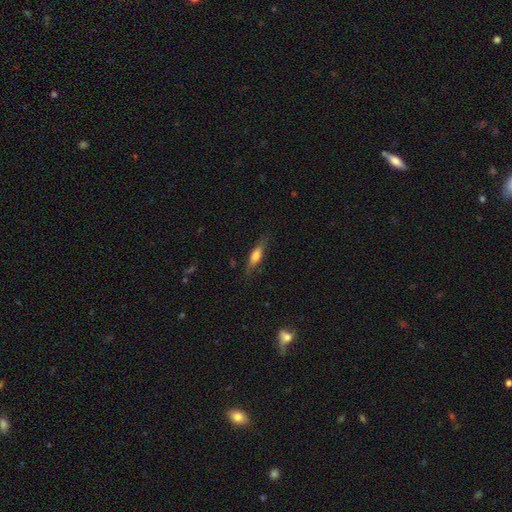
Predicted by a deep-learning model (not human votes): Smooth or featured?
  - smooth: 60% *
  - featured or disk: 33%
  - star or artifact: 7%
How rounded?
  - cigar-shaped: 59% *
  - in between: 38%
  - round: 3%
Merging?
  - none: 76% *
  - minor disturbance: 18%
  - major disturbance: 5%
  - merger: 1%